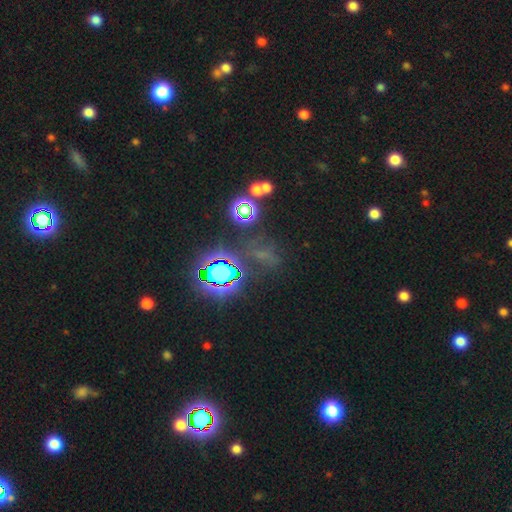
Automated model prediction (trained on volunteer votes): Overall: star or artifact (81%).